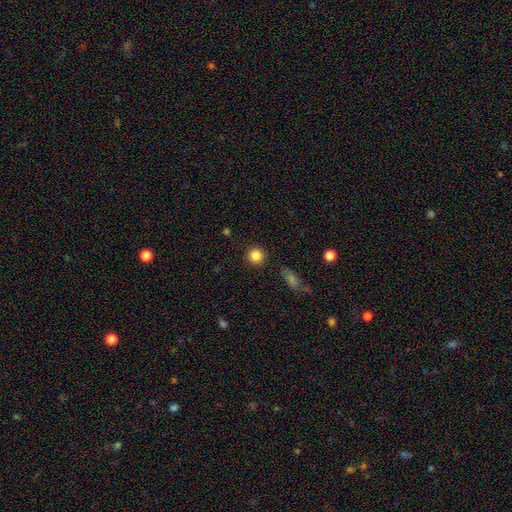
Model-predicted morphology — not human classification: smooth_or_featured: smooth (p=0.85) [alt: star or artifact p=0.11]
how_rounded: round (p=0.94) [alt: in between p=0.05]
merging: none (p=0.91) [alt: minor disturbance p=0.06]